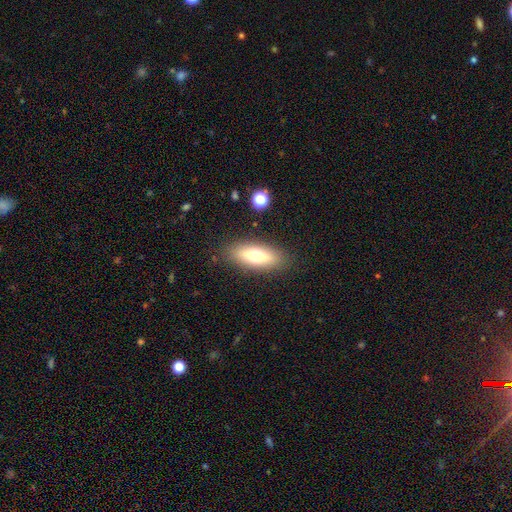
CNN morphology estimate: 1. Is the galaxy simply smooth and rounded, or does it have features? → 67% smooth, 26% featured or disk, 7% star or artifact.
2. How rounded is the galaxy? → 60% in between, 38% cigar-shaped, 2% round.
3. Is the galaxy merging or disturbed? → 86% none, 10% minor disturbance, 3% major disturbance, 2% merger.